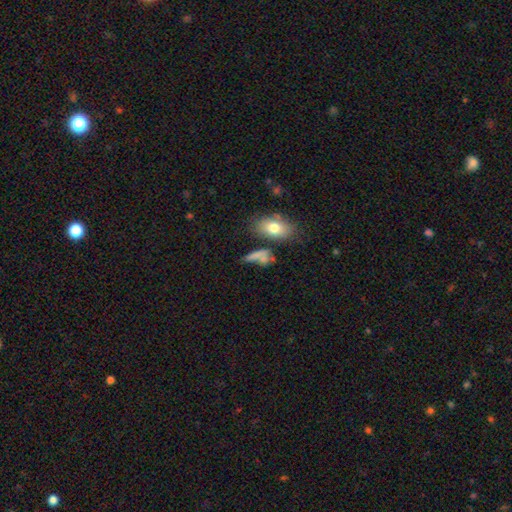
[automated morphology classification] Smooth or featured: smooth — 69% (featured or disk — 18%)
How rounded: in between — 61% (cigar-shaped — 25%)
Merging: none — 46% (merger — 20%)